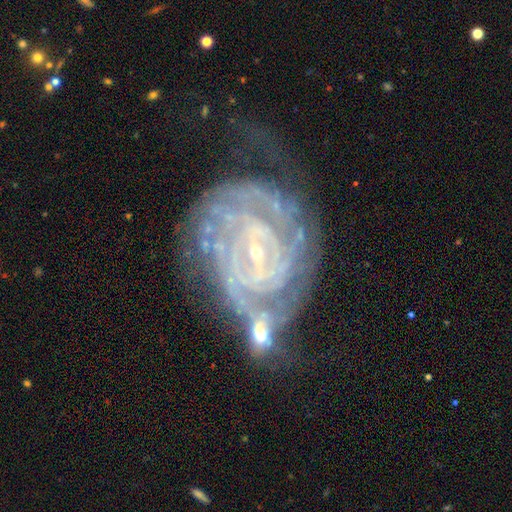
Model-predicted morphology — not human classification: type=featured or disk (87%); edge-on=no (97%); bar=no (44%); spiral arms=yes (96%); winding=tight (76%); arm count=can't tell (35%); bulge=small (85%); merging=none (30%).